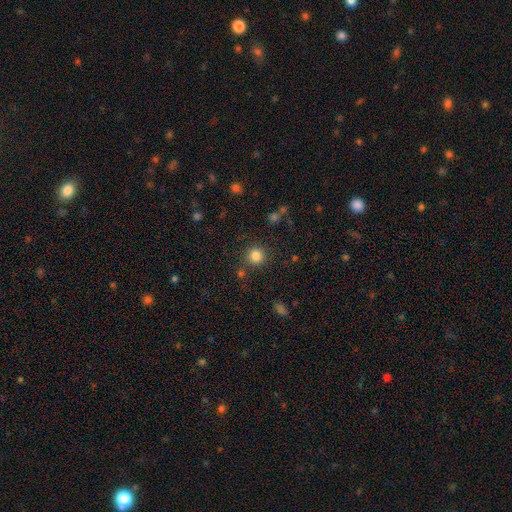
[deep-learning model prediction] Overall: smooth (83%). How rounded: round (93%). Merging: none (83%).